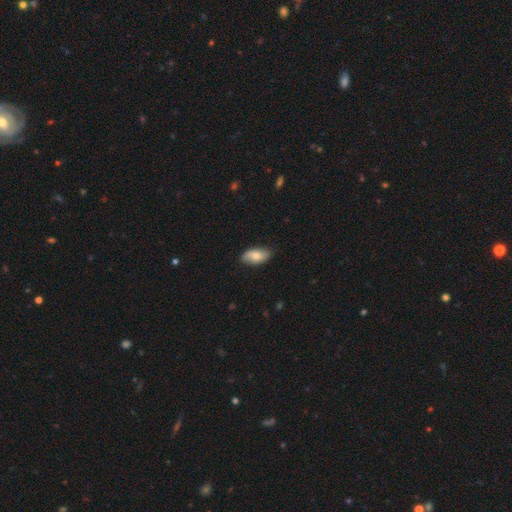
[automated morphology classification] The model was most divided on "smooth or featured": smooth: 59%, featured or disk: 35%, star or artifact: 6%. More confident: how rounded — in between (91%); merging — none (82%).